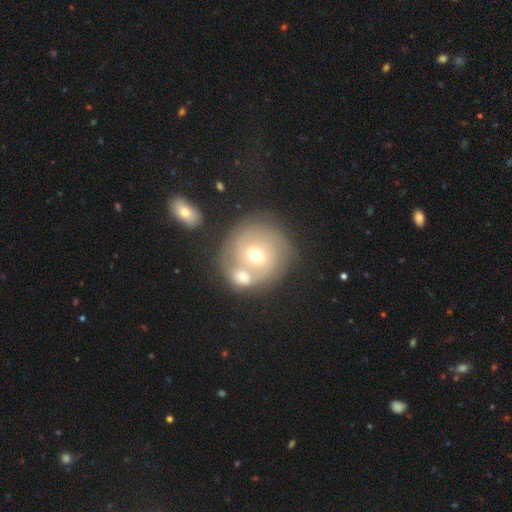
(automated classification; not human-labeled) This appears to be a featured or disk galaxy (49%). Merging: merger (45%).